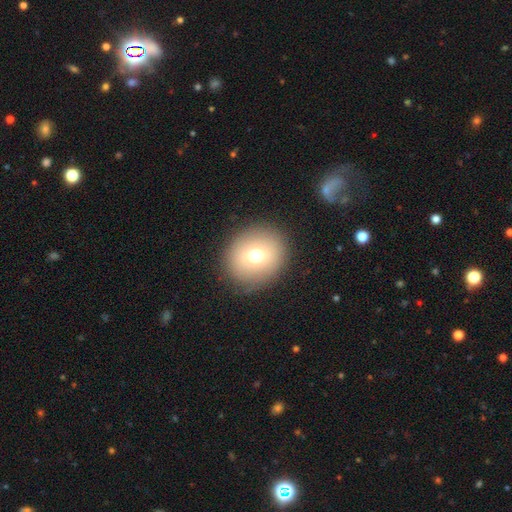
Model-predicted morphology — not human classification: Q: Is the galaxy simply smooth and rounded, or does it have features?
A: smooth — 71%.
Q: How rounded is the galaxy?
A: round — 83%.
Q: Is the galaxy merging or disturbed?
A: none — 87%.